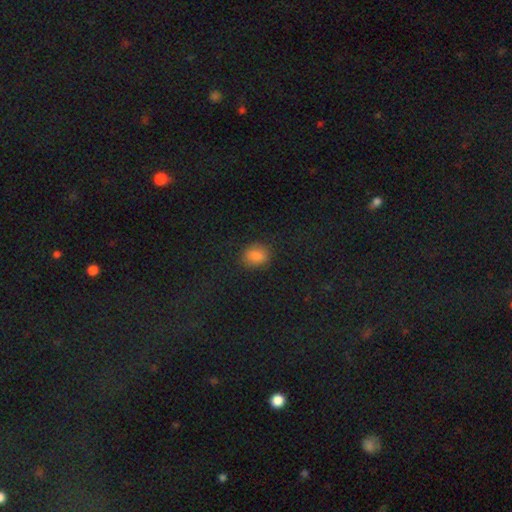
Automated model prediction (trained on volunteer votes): Q: Smooth or featured?
A: smooth (82%); runner-up: star or artifact (12%)
Q: How rounded?
A: in between (54%); runner-up: round (45%)
Q: Merging?
A: none (84%); runner-up: minor disturbance (11%)